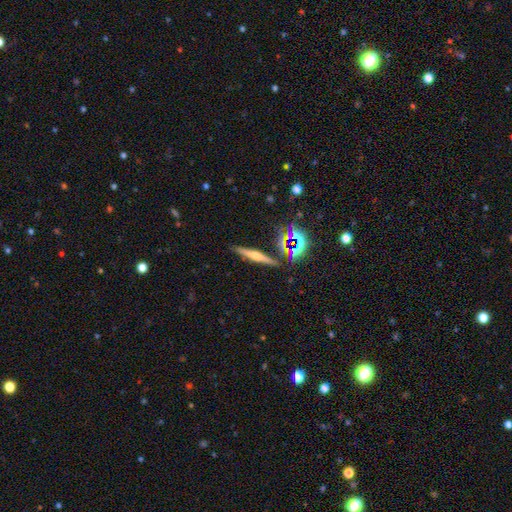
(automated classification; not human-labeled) Morphology: type=featured or disk (46%); merging=none (85%).